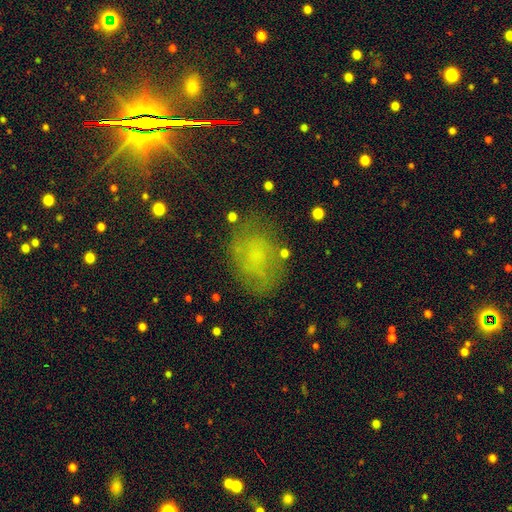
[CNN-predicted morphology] Smooth or featured? smooth (53%)
How rounded? in between (72%)
Merging? none (68%)